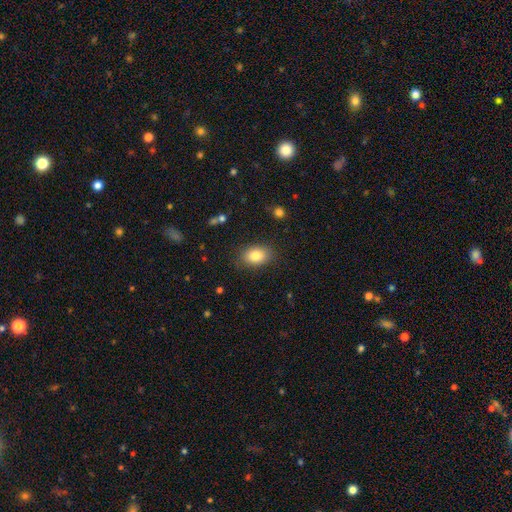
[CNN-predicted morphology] Smooth or featured? Predicted: smooth (p=0.83). How rounded? Predicted: in between (p=0.82). Merging? Predicted: none (p=0.84).